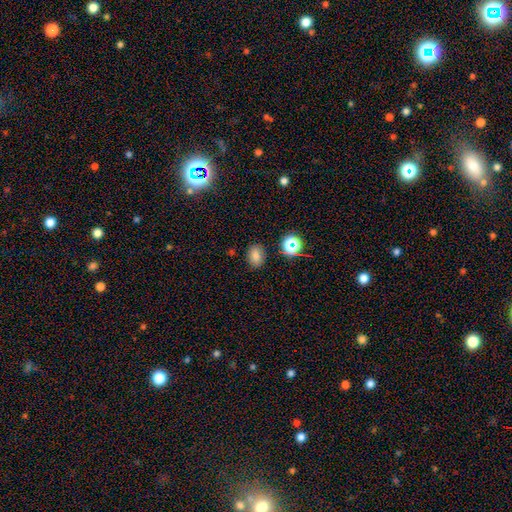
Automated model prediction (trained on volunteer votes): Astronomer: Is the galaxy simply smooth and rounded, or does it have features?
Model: smooth — 78%.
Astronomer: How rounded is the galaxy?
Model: in between — 70%.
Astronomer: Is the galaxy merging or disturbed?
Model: none — 84%.